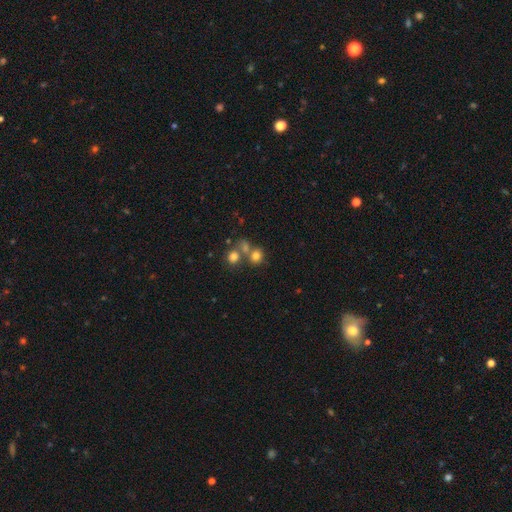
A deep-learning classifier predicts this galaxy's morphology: Smooth or featured?
  - smooth: 75% *
  - star or artifact: 15%
  - featured or disk: 10%
How rounded?
  - round: 74% *
  - in between: 24%
  - cigar-shaped: 1%
Merging?
  - none: 48% *
  - merger: 37%
  - minor disturbance: 9%
  - major disturbance: 5%